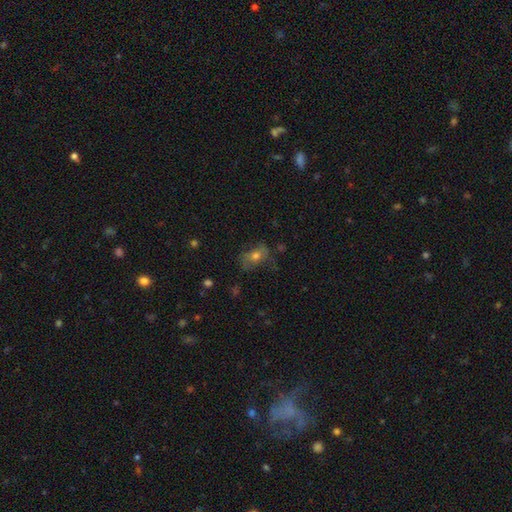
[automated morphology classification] smooth-or-featured: smooth: 53% | featured or disk: 33% | star or artifact: 15%
  how-rounded: in between: 70% | round: 27% | cigar-shaped: 3%
  merging: none: 55% | minor disturbance: 26% | major disturbance: 17% | merger: 2%